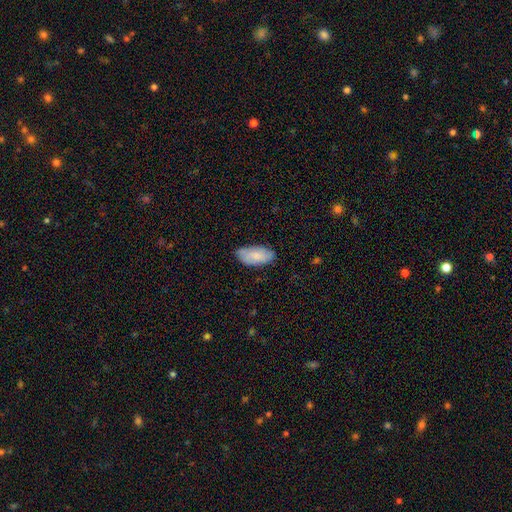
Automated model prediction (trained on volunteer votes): Overall: smooth (82%). How rounded: in between (94%). Merging: none (77%).